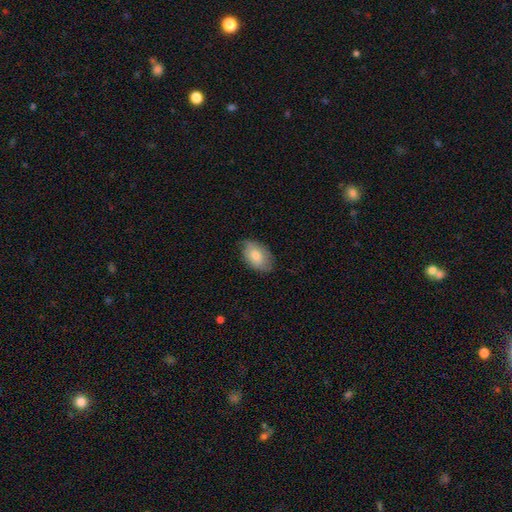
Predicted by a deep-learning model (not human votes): The model was most divided on "merging": none: 70%, minor disturbance: 24%, major disturbance: 4%, merger: 1%. More confident: how rounded — in between (89%); smooth or featured — smooth (77%).